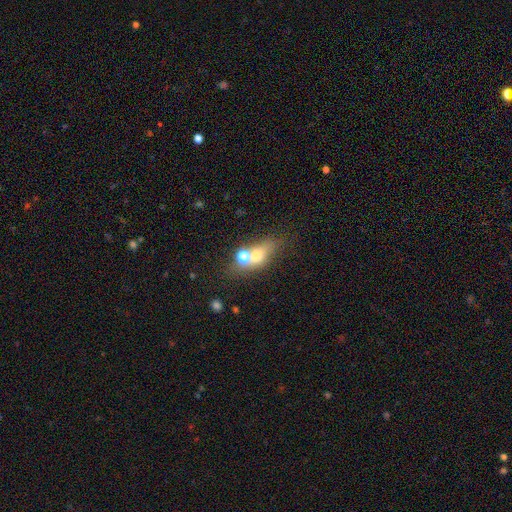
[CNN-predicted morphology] Smooth or featured? smooth (60%)
How rounded? in between (59%)
Merging? none (44%)